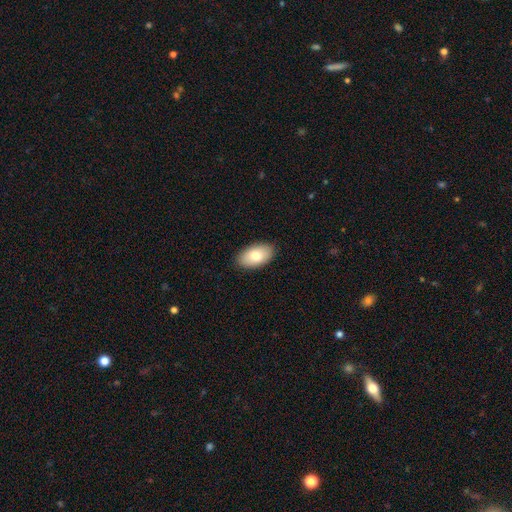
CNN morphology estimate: smooth_or_featured: smooth (p=0.79) [alt: featured or disk p=0.15]
how_rounded: in between (p=0.94) [alt: round p=0.04]
merging: none (p=0.89) [alt: minor disturbance p=0.08]